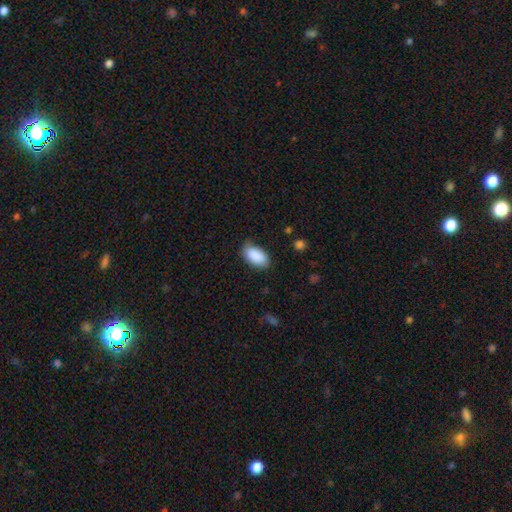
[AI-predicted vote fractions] smooth_or_featured: smooth (p=0.89) [alt: star or artifact p=0.06]
how_rounded: in between (p=0.95) [alt: round p=0.03]
merging: none (p=0.74) [alt: minor disturbance p=0.21]